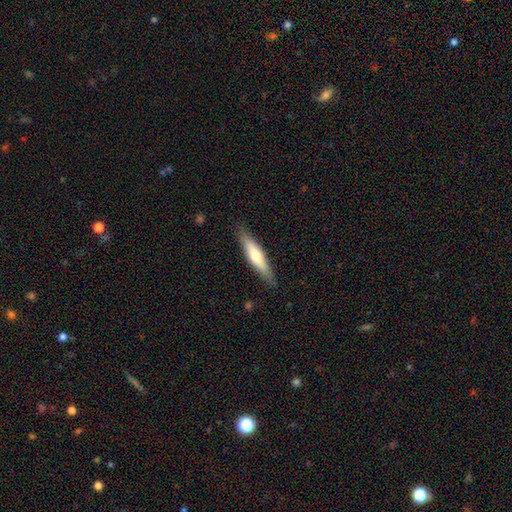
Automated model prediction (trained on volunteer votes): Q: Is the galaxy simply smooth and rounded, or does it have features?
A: smooth — 52%.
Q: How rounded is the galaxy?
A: cigar-shaped — 81%.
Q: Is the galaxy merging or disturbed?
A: none — 87%.